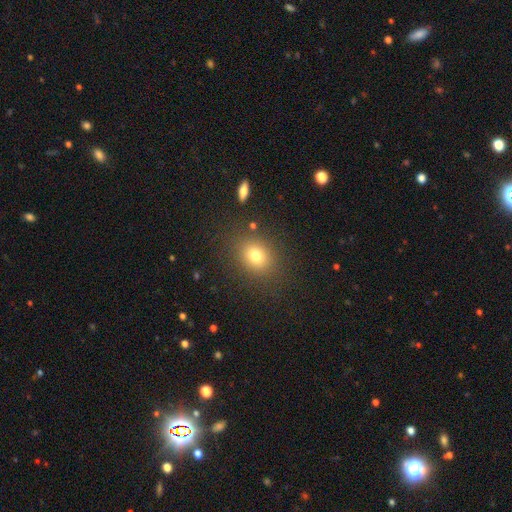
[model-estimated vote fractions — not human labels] Morphology: type=smooth (76%); roundness=round (55%); merging=none (83%).